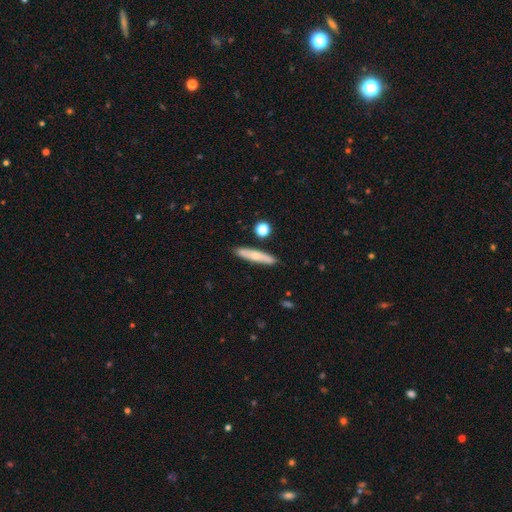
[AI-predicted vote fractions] This is possibly a smooth galaxy (58%). How rounded: clearly cigar-shaped (86%). Merging: clearly none (86%).